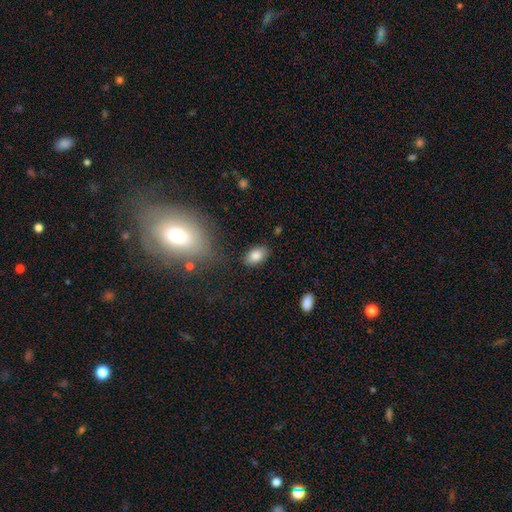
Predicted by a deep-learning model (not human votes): This is clearly a smooth galaxy (84%). How rounded: clearly in between (89%). Merging: clearly none (83%).